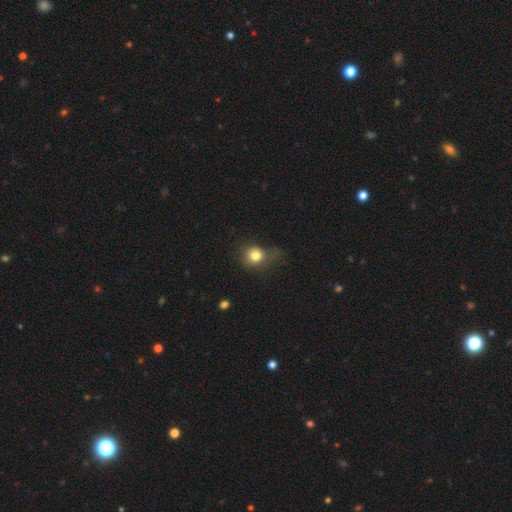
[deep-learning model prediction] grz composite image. It shows a smooth galaxy with no disk features (79%) that is round (74%). Merging: none (49%).